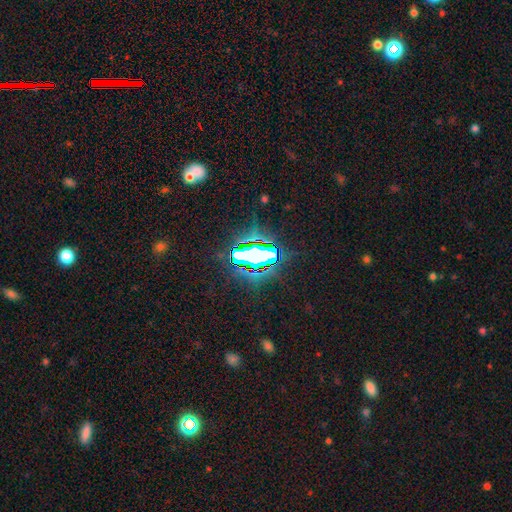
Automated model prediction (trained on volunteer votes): This appears to be a star or artifact, not a galaxy (65%).